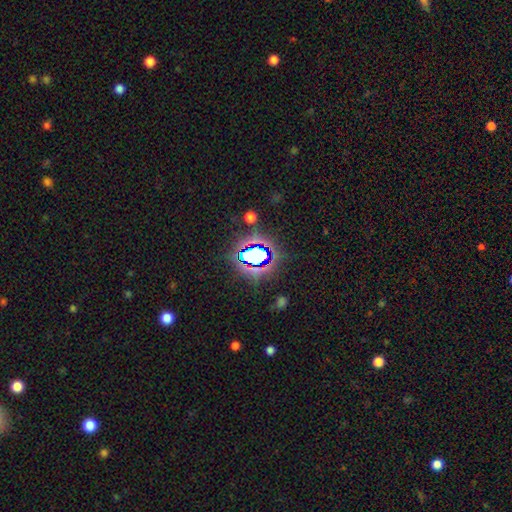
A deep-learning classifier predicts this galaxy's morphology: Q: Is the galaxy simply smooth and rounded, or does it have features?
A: star or artifact — 68%.